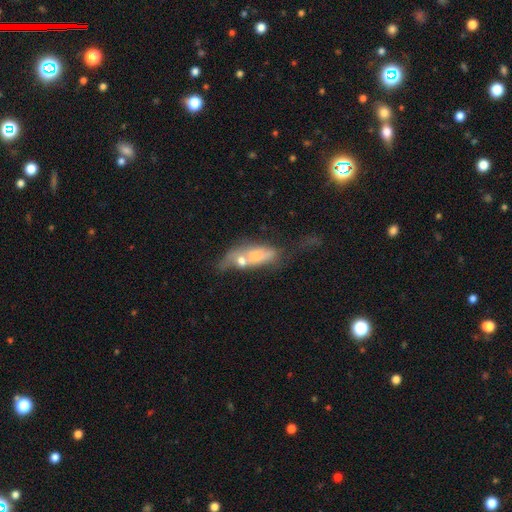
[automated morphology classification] The model was most divided on "smooth or featured": featured or disk: 45%, smooth: 44%, star or artifact: 10%. More confident: merging — merger (54%).